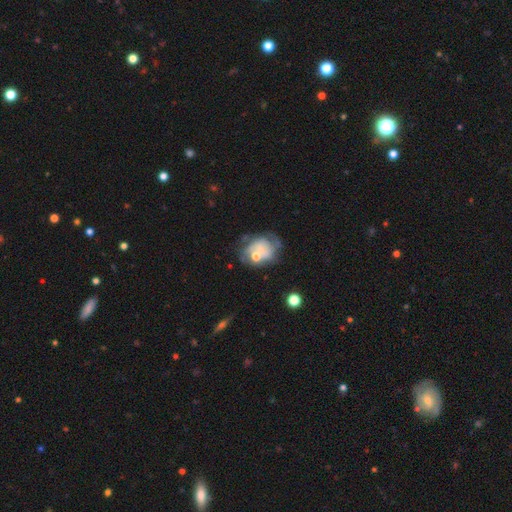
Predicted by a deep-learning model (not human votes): A featured or disk galaxy (57%) with no bar (79%), no spiral arms (52%) and a small central bulge (46%).

Vote fractions:
- Smooth or featured? featured or disk: 57% / smooth: 31% / star or artifact: 12%
- Edge-on disk? no: 97% / yes: 3%
- Bar? no: 79% / weak: 17% / strong: 4%
- Spiral arms? no: 52% / yes: 48%
- Bulge size? small: 46% / moderate: 34% / none: 14% / large: 4% / dominant: 2%
- Merging? none: 39% / minor disturbance: 23% / major disturbance: 22% / merger: 16%